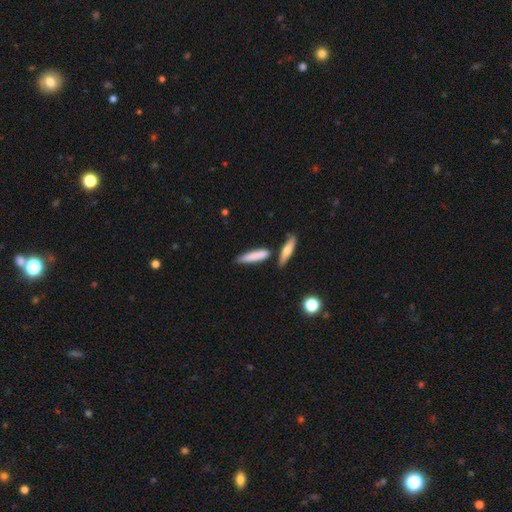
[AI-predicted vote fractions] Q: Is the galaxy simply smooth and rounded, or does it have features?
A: smooth — 78%.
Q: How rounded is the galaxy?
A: cigar-shaped — 82%.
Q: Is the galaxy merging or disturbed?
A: none — 70%.